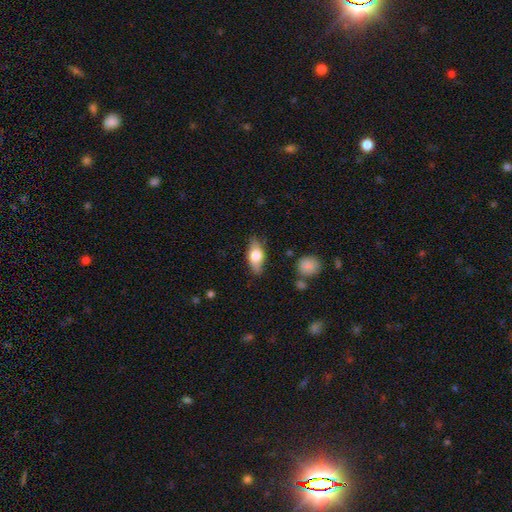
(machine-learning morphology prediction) smooth 63%, featured or disk 30%, star or artifact 7%. Down the decision tree: how rounded — in between (80%); merging — none (79%).